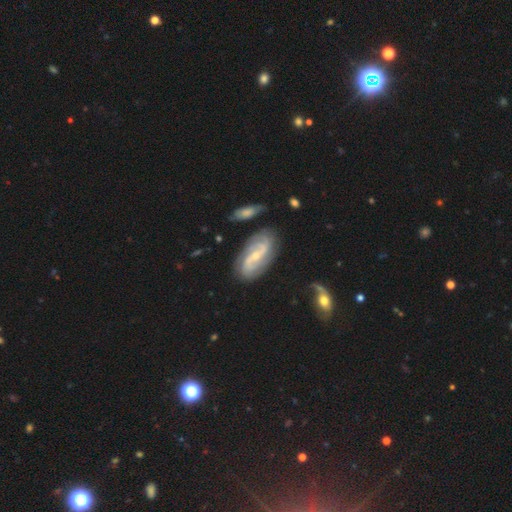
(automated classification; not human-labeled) This appears to be a featured or disk galaxy (85%) with a weak bar (43%), 2 (76%) medium (43%) spiral arms (96%) and a small central bulge (71%). Merging: none (77%).